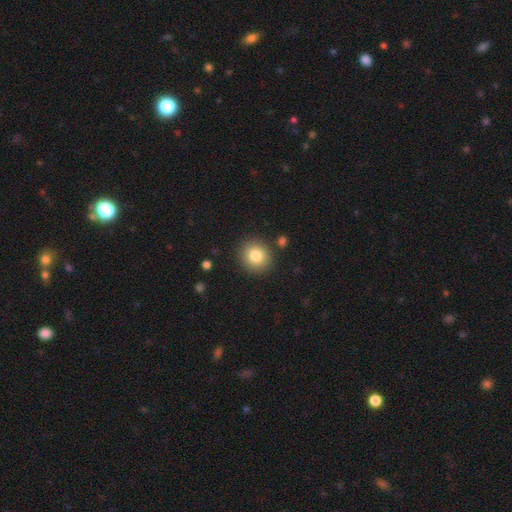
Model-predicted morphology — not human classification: The model was most divided on "smooth or featured": smooth: 81%, star or artifact: 10%, featured or disk: 9%. More confident: merging — none (88%); how rounded — round (88%).